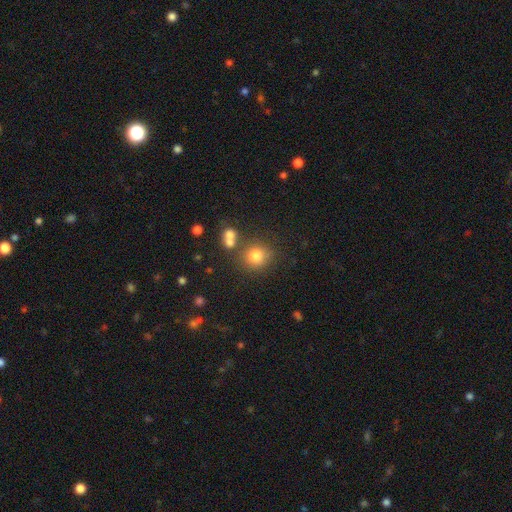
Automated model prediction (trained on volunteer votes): Smooth or featured?
  - smooth: 79% *
  - star or artifact: 12%
  - featured or disk: 8%
How rounded?
  - round: 85% *
  - in between: 15%
  - cigar-shaped: 1%
Merging?
  - none: 72% *
  - merger: 13%
  - minor disturbance: 11%
  - major disturbance: 4%